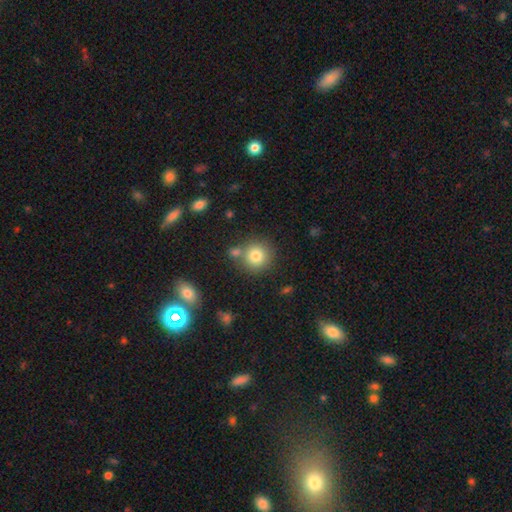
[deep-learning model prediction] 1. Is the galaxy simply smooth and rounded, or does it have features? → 79% smooth, 11% star or artifact, 10% featured or disk.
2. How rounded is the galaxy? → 91% round, 8% in between, 1% cigar-shaped.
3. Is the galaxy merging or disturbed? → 71% none, 16% merger, 10% minor disturbance, 3% major disturbance.